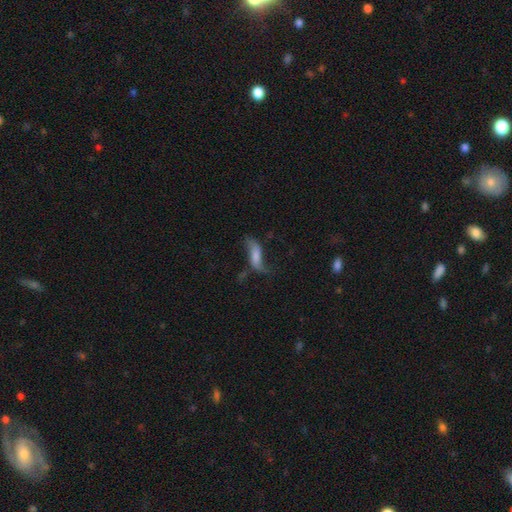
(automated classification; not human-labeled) This is possibly a featured or disk galaxy (50%). It is clearly not viewed edge-on (82%). Merging: possibly none (49%).